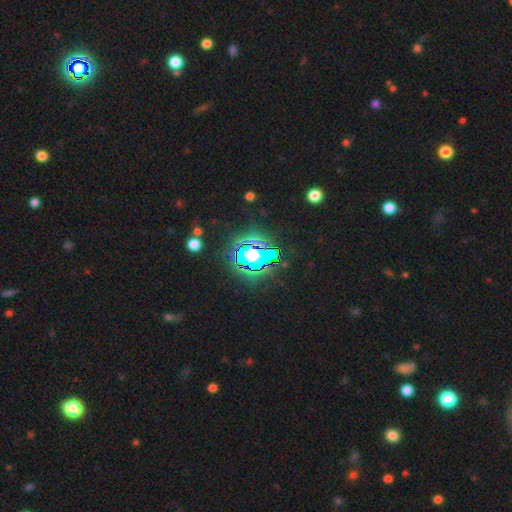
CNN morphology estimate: Smooth or featured? Predicted: star or artifact (p=0.76).